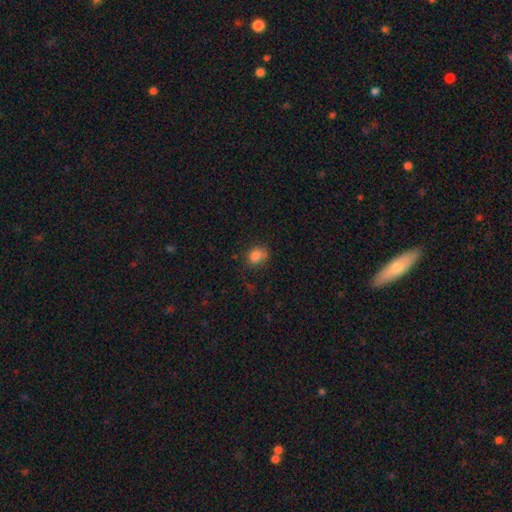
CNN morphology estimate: Smooth or featured: smooth — 84% (star or artifact — 11%)
How rounded: in between — 56% (round — 43%)
Merging: none — 65% (minor disturbance — 24%)